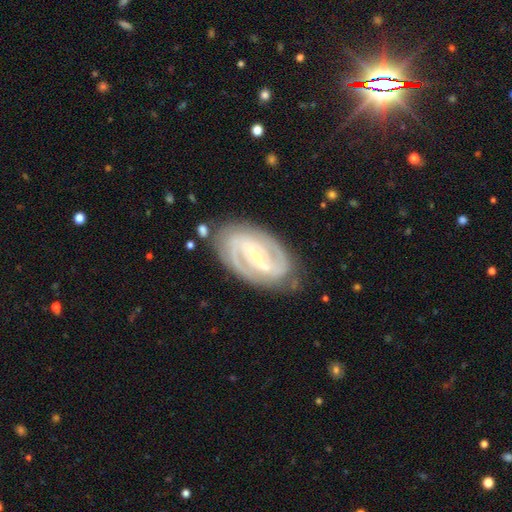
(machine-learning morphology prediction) Smooth or featured?
  - featured or disk: 89% *
  - smooth: 7%
  - star or artifact: 5%
Edge-on disk?
  - no: 96% *
  - yes: 4%
Bar?
  - strong: 55% *
  - weak: 31%
  - no: 14%
Spiral arms?
  - yes: 96% *
  - no: 4%
Spiral winding?
  - tight: 47% *
  - medium: 42%
  - loose: 10%
Spiral arm count?
  - 2: 78% *
  - can't tell: 8%
  - 3: 8%
  - 4: 2%
  - 1: 2%
  - more than 4: 2%
Bulge size?
  - small: 77% *
  - moderate: 19%
  - none: 2%
  - large: 1%
  - dominant: 1%
Merging?
  - none: 79% *
  - minor disturbance: 15%
  - major disturbance: 5%
  - merger: 2%